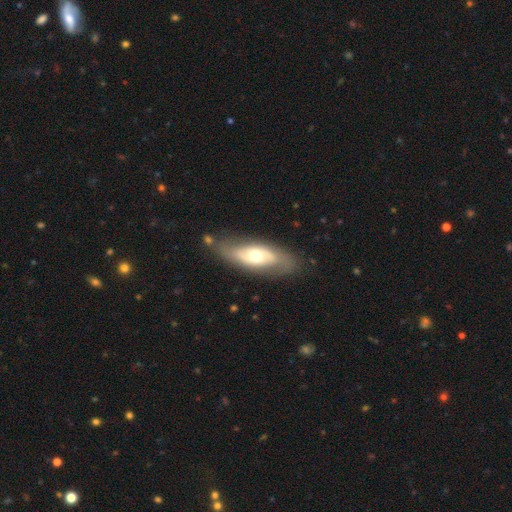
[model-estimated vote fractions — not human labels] A featured or disk galaxy (53%).

Vote fractions:
- Smooth or featured? featured or disk: 53% / smooth: 41% / star or artifact: 6%
- Edge-on disk? no: 79% / yes: 21%
- Merging? none: 74% / minor disturbance: 17% / major disturbance: 6% / merger: 3%